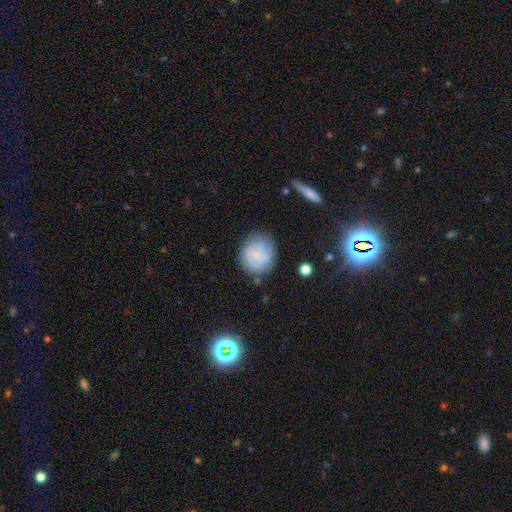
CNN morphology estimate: A featured or disk galaxy (49%). Merging: none (73%).